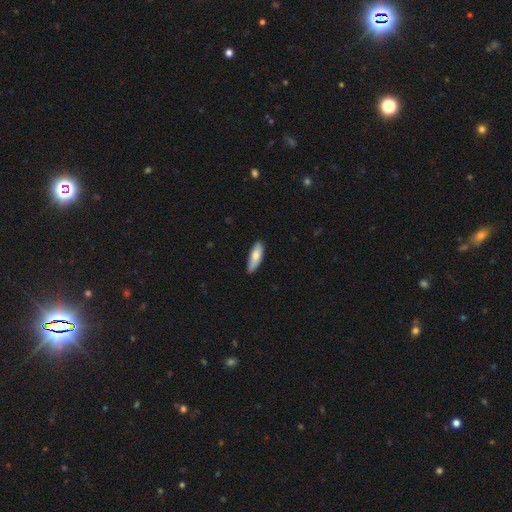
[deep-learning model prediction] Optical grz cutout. It shows a smooth galaxy with no disk features (78%) that is in between round and cigar-shaped (56%). Merging: none (78%).